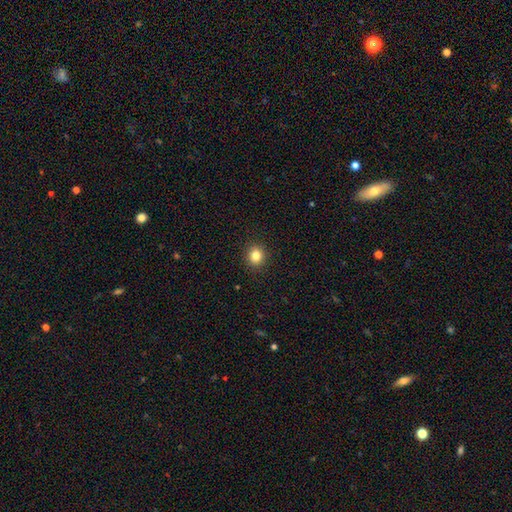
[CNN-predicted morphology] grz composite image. It shows a smooth galaxy with no disk features (83%) that is round (80%). Merging: none (92%).